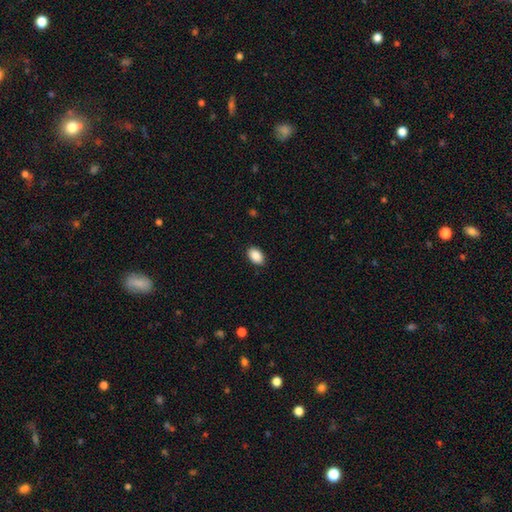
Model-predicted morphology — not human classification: Smooth or featured: smooth — 89% (star or artifact — 7%)
How rounded: in between — 90% (round — 9%)
Merging: none — 89% (minor disturbance — 8%)